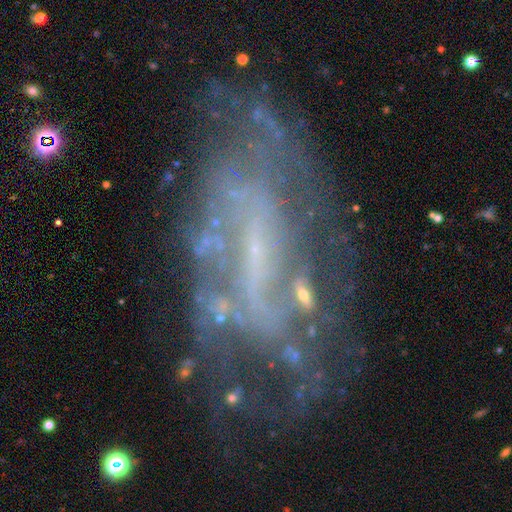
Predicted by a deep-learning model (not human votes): Smooth or featured? Predicted: featured or disk (p=0.81). Edge-on disk? Predicted: no (p=0.93). Bar? Predicted: weak (p=0.40). Spiral arms? Predicted: yes (p=0.73). Spiral winding? Predicted: medium (p=0.38). Spiral arm count? Predicted: can't tell (p=0.43). Bulge size? Predicted: small (p=0.64). Merging? Predicted: none (p=0.56).